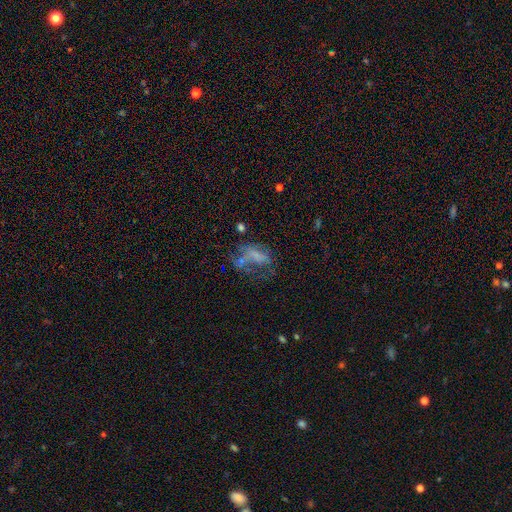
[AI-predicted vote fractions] smooth-or-featured: smooth: 41% | featured or disk: 40% | star or artifact: 18%
  merging: major disturbance: 41% | none: 28% | minor disturbance: 18% | merger: 13%